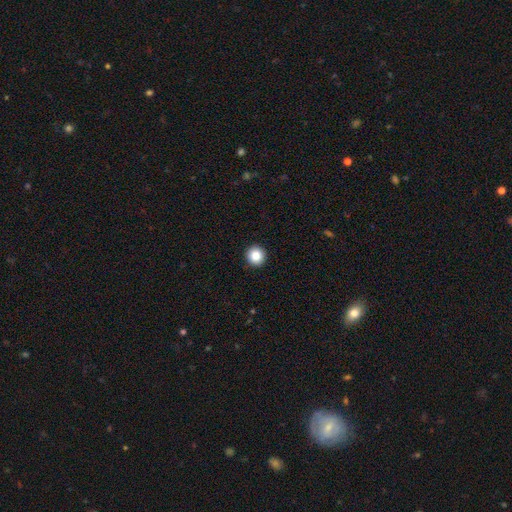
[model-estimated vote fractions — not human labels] A smooth galaxy with no disk features (85%) that is round (95%).

Vote fractions:
- Smooth or featured? smooth: 85% / star or artifact: 10% / featured or disk: 6%
- How rounded? round: 95% / in between: 4% / cigar-shaped: 1%
- Merging? none: 94% / minor disturbance: 4% / major disturbance: 1% / merger: 1%